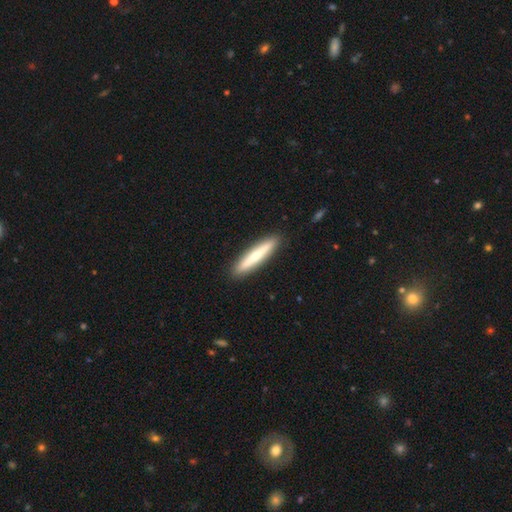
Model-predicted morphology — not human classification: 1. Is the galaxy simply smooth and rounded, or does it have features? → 51% smooth, 44% featured or disk, 5% star or artifact.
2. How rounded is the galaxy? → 92% cigar-shaped, 7% in between, 1% round.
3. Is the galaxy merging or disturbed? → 92% none, 6% minor disturbance, 1% major disturbance, 1% merger.